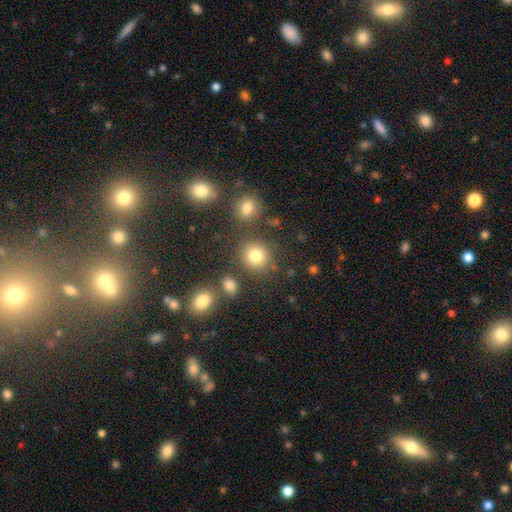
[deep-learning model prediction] Smooth or featured?
  - smooth: 80% *
  - star or artifact: 14%
  - featured or disk: 6%
How rounded?
  - round: 85% *
  - in between: 14%
  - cigar-shaped: 1%
Merging?
  - none: 79% *
  - minor disturbance: 9%
  - merger: 8%
  - major disturbance: 4%